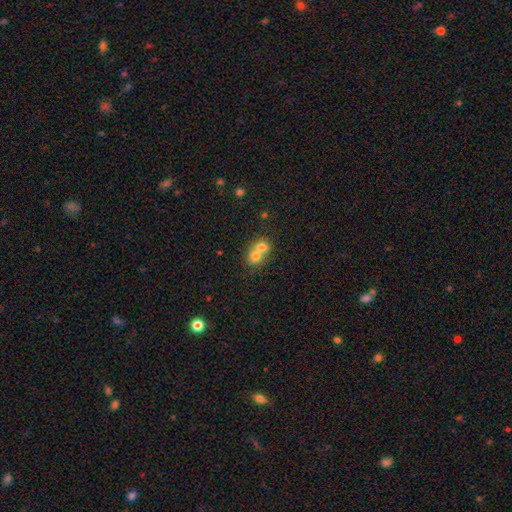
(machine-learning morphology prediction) type=smooth (72%); roundness=round (73%); merging=merger (72%).